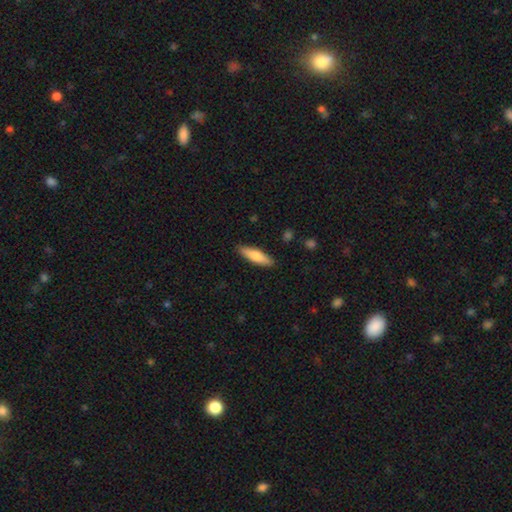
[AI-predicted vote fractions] Q: Smooth or featured?
A: smooth (75%); runner-up: featured or disk (20%)
Q: How rounded?
A: cigar-shaped (63%); runner-up: in between (35%)
Q: Merging?
A: none (89%); runner-up: minor disturbance (8%)